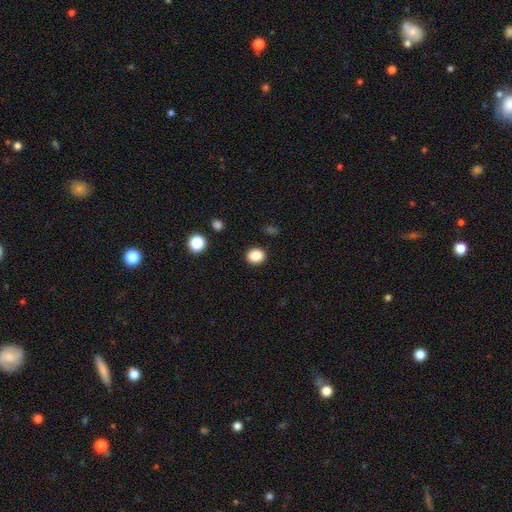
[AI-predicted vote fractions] The model was most divided on "how rounded": round: 71%, in between: 29%, cigar-shaped: 1%. More confident: merging — none (91%); smooth or featured — smooth (86%).